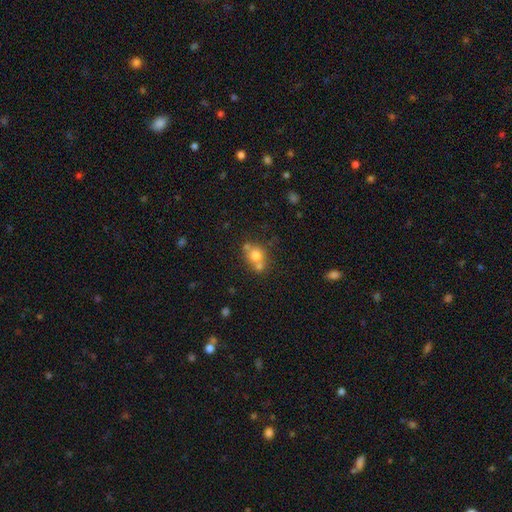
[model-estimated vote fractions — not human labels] This appears to be a smooth galaxy with no disk features (71%) that is round (78%). Merging: none (45%).